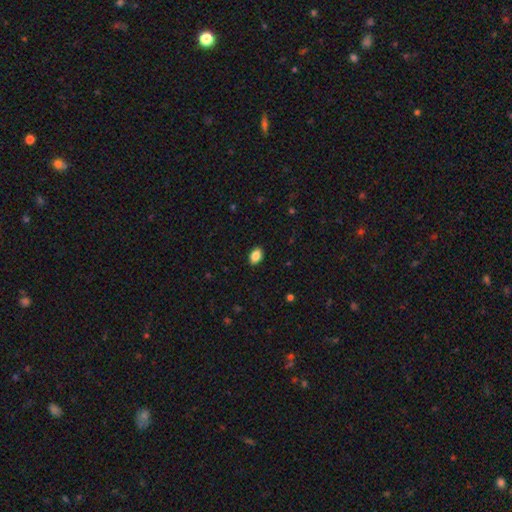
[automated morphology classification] Overall: smooth (87%). How rounded: in between (85%). Merging: none (89%).